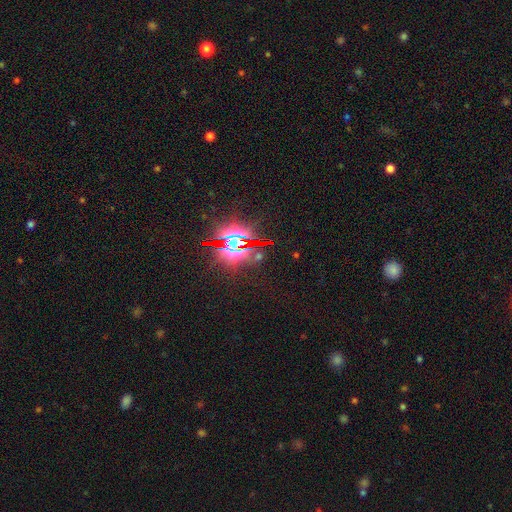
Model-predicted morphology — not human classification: smooth_or_featured: star or artifact (p=0.82) [alt: featured or disk p=0.09]